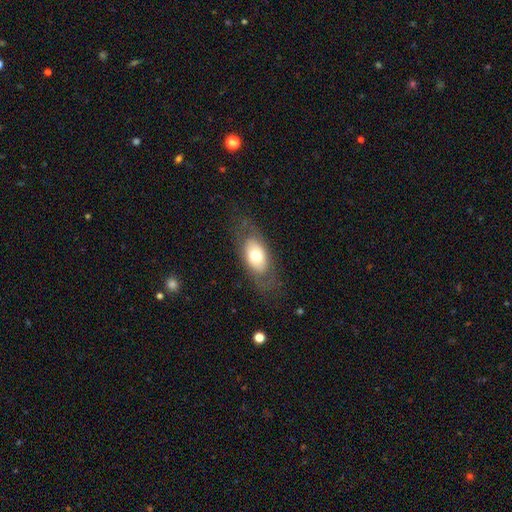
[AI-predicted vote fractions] The model was most divided on "smooth or featured": smooth: 59%, featured or disk: 34%, star or artifact: 7%. More confident: how rounded — in between (89%); merging — none (73%).